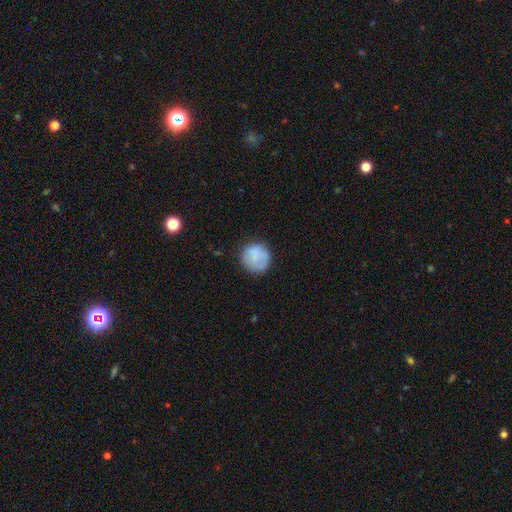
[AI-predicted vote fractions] The model was most divided on "merging": none: 77%, minor disturbance: 16%, major disturbance: 5%, merger: 2%. More confident: how rounded — round (92%); smooth or featured — smooth (80%).